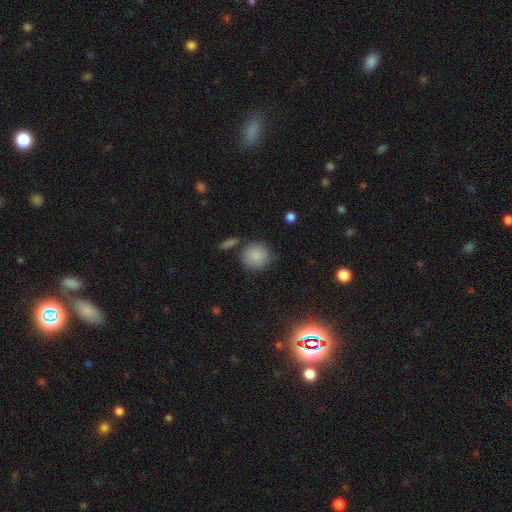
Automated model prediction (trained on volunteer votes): Overall: smooth (86%). How rounded: round (91%). Merging: none (77%).